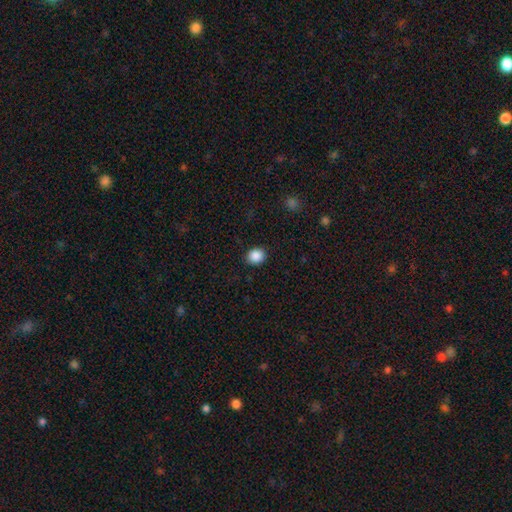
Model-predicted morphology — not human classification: A smooth galaxy with no disk features (88%) that is round (78%). Merging: none (91%).